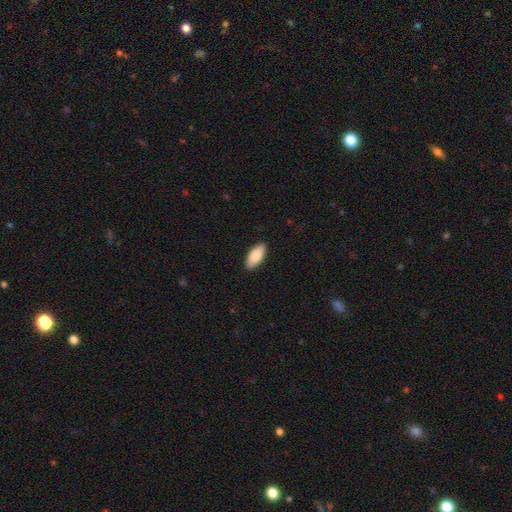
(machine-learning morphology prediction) smooth 85%, featured or disk 9%, star or artifact 6%. Down the decision tree: how rounded — in between (87%); merging — none (89%).